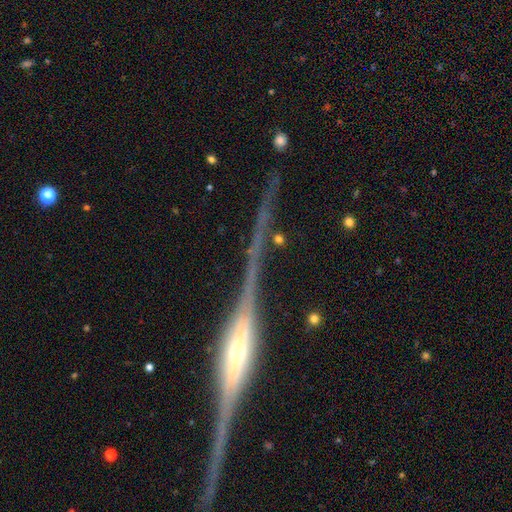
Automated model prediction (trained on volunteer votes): A featured or disk galaxy (89%) viewed edge-on (95%) with a rounded central bulge (60%). Merging: none (79%).